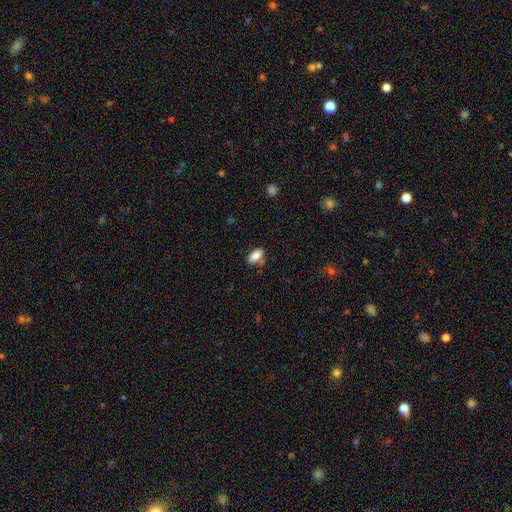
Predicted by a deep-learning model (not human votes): The model was most divided on "merging": none: 70%, minor disturbance: 20%, merger: 6%, major disturbance: 5%. More confident: how rounded — in between (90%); smooth or featured — smooth (85%).